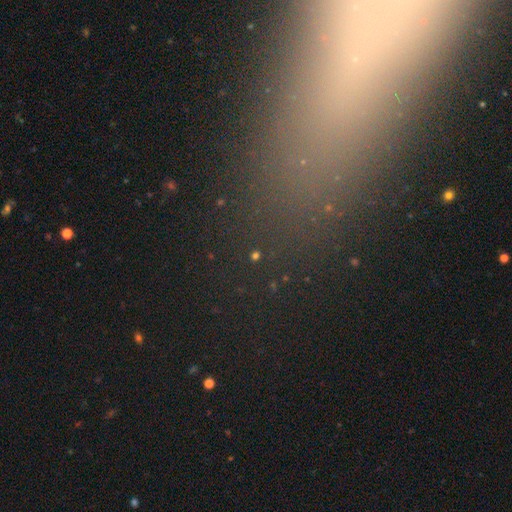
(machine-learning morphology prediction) smooth_or_featured: star or artifact (p=0.61) [alt: smooth p=0.27]